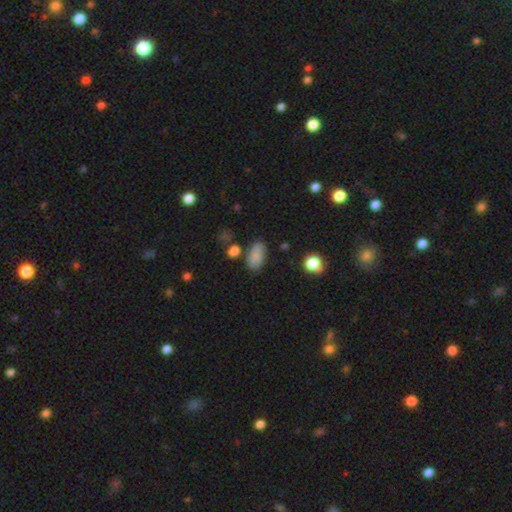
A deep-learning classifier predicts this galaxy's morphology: smooth 81%, star or artifact 10%, featured or disk 8%. Down the decision tree: how rounded — in between (91%); merging — none (69%).